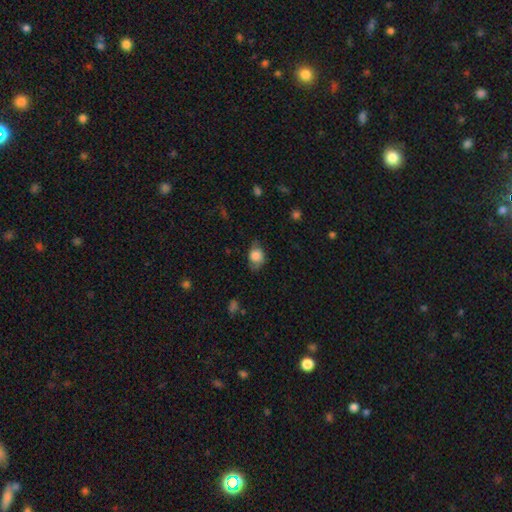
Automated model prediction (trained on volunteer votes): This is likely a smooth galaxy (78%). How rounded: possibly in between (52%). Merging: possibly none (58%).